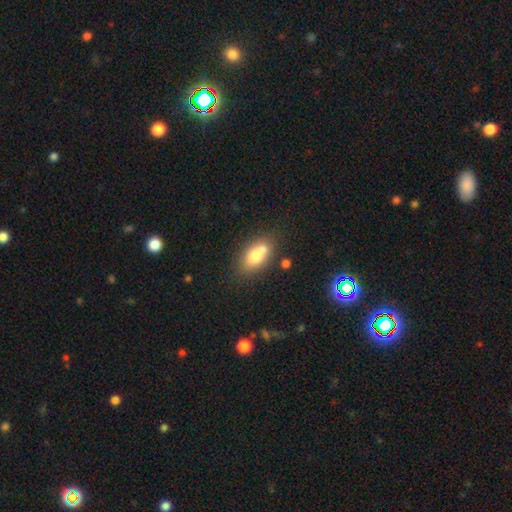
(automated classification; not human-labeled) Smooth or featured?
  - smooth: 72% *
  - featured or disk: 20%
  - star or artifact: 9%
How rounded?
  - in between: 86% *
  - round: 9%
  - cigar-shaped: 5%
Merging?
  - none: 55% *
  - merger: 25%
  - minor disturbance: 15%
  - major disturbance: 4%